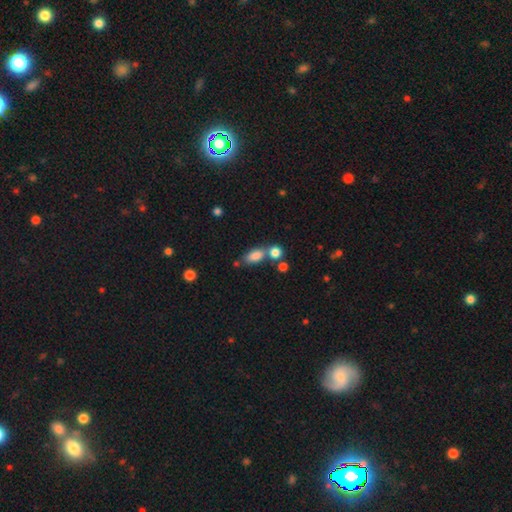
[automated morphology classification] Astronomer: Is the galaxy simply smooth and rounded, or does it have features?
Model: smooth — 82%.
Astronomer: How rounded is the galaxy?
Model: in between — 82%.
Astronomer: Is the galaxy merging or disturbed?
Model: none — 51% (runner-up: merger, 30%).